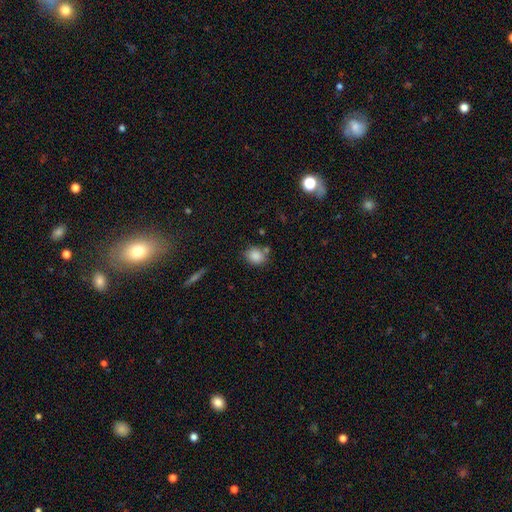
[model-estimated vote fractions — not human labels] Smooth or featured: smooth — 86% (star or artifact — 9%)
How rounded: round — 61% (in between — 38%)
Merging: none — 69% (minor disturbance — 15%)